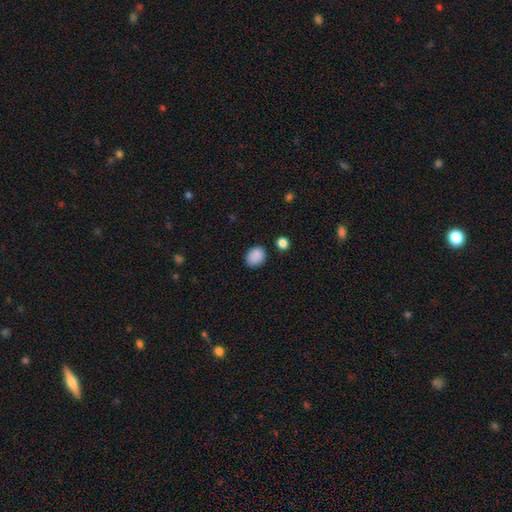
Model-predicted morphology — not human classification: This appears to be a smooth galaxy with no disk features (88%) that is in between round and cigar-shaped (51%). Merging: none (81%).